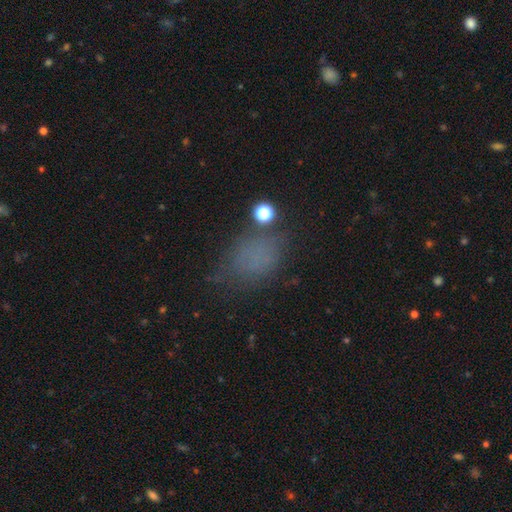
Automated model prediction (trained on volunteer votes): smooth-or-featured: smooth: 61% | star or artifact: 26% | featured or disk: 14%
  how-rounded: in between: 64% | round: 35% | cigar-shaped: 2%
  merging: none: 57% | minor disturbance: 23% | major disturbance: 15% | merger: 5%